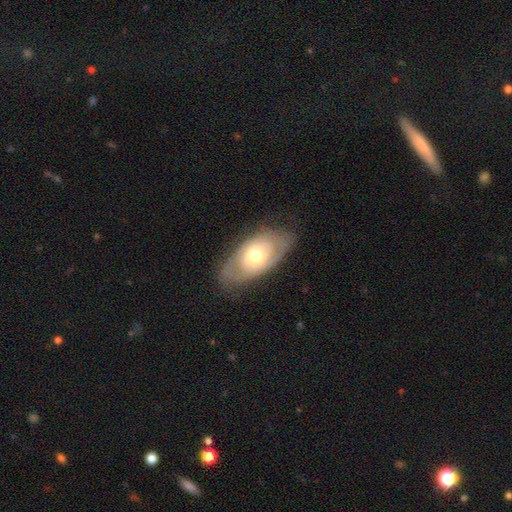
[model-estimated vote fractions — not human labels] Smooth or featured?
  - featured or disk: 59% *
  - smooth: 35%
  - star or artifact: 6%
Edge-on disk?
  - no: 88% *
  - yes: 12%
Bar?
  - no: 72% *
  - weak: 23%
  - strong: 5%
Spiral arms?
  - yes: 63% *
  - no: 37%
Bulge size?
  - moderate: 65% *
  - small: 17%
  - large: 15%
  - dominant: 1%
  - none: 1%
Merging?
  - none: 73% *
  - minor disturbance: 19%
  - major disturbance: 7%
  - merger: 1%